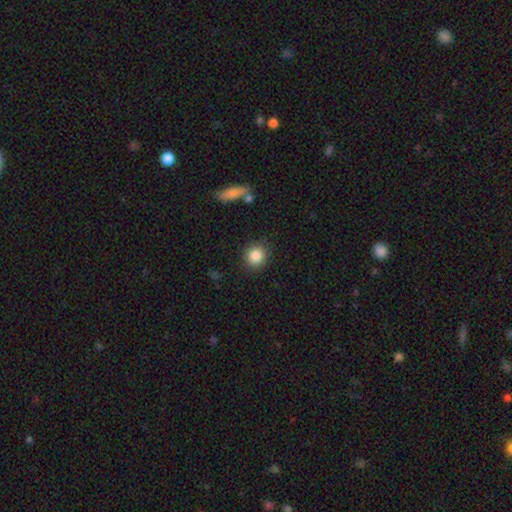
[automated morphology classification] Smooth or featured? Predicted: smooth (p=0.86). How rounded? Predicted: round (p=0.86). Merging? Predicted: none (p=0.86).